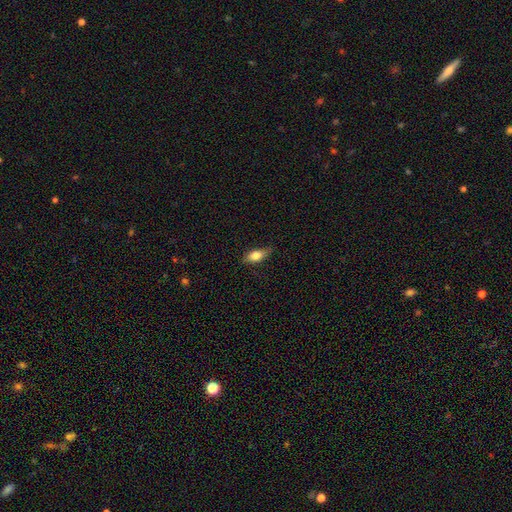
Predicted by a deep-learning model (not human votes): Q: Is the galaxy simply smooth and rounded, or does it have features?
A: smooth — 74%.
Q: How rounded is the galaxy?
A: in between — 78%.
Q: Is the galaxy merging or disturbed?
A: none — 77%.